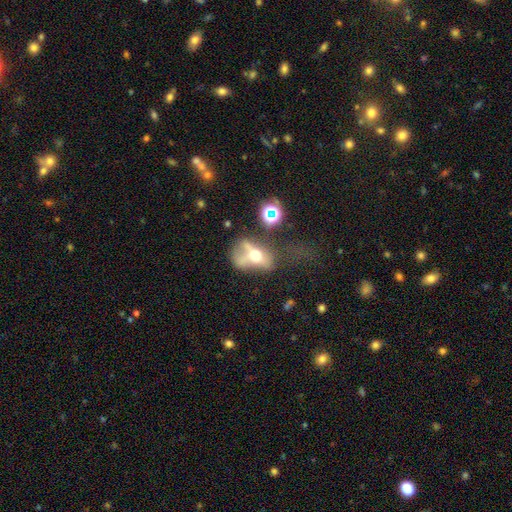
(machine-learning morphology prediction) type=smooth (46%); merging=major disturbance (41%).